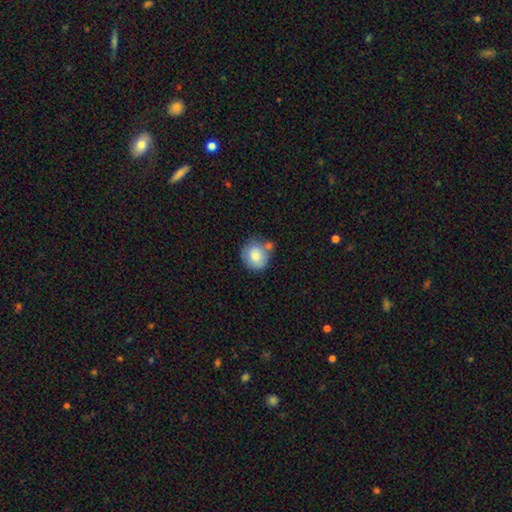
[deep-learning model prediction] Smooth or featured?
  - smooth: 82% *
  - featured or disk: 11%
  - star or artifact: 7%
How rounded?
  - round: 87% *
  - in between: 12%
  - cigar-shaped: 1%
Merging?
  - none: 59% *
  - minor disturbance: 19%
  - merger: 17%
  - major disturbance: 5%